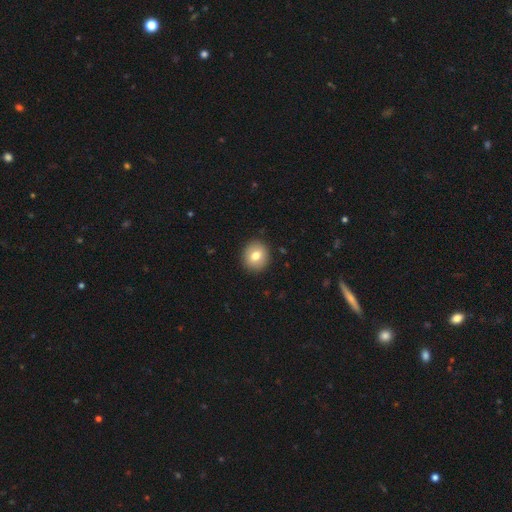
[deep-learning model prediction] Smooth or featured? Predicted: smooth (p=0.75). How rounded? Predicted: round (p=0.84). Merging? Predicted: none (p=0.91).